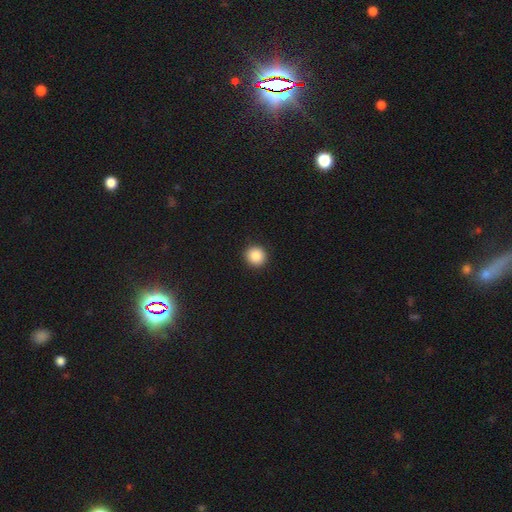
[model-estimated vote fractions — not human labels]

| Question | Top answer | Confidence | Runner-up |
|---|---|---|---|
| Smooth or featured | smooth | 88% | star or artifact (9%) |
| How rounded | round | 94% | in between (6%) |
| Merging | none | 93% | minor disturbance (5%) |